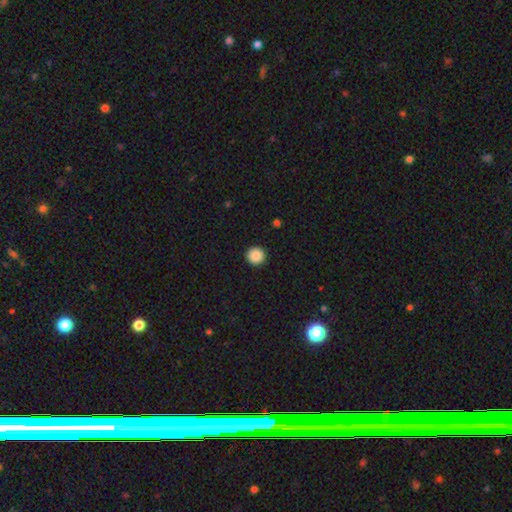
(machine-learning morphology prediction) Smooth or featured? Predicted: smooth (p=0.88). How rounded? Predicted: round (p=0.96). Merging? Predicted: none (p=0.93).